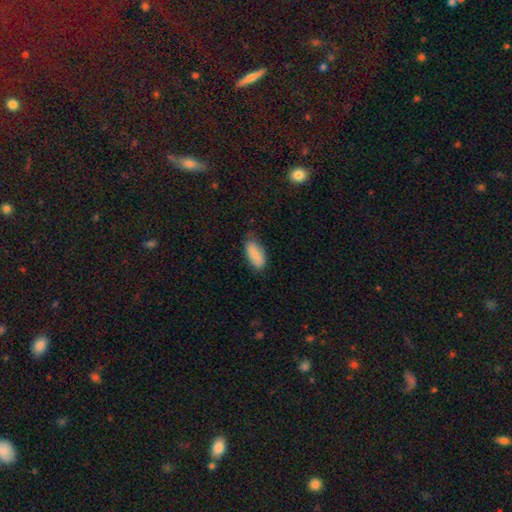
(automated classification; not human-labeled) Overall: smooth (86%). How rounded: in between (90%). Merging: none (60%; minor disturbance 32%).